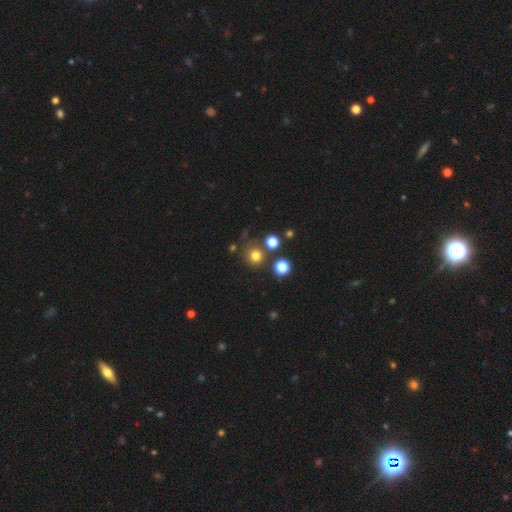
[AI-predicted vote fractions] Overall: smooth (76%). How rounded: round (91%). Merging: none (75%).